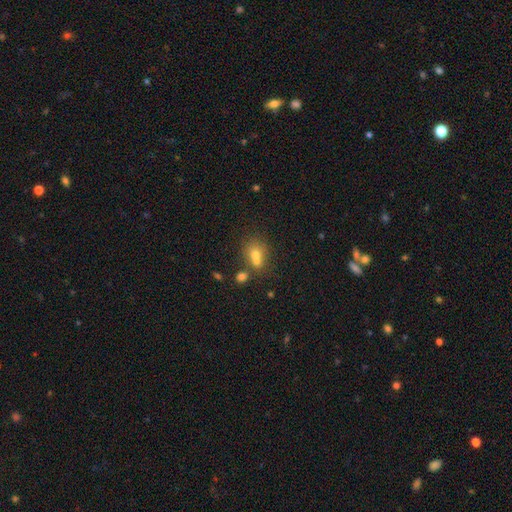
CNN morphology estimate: Q: Smooth or featured?
A: smooth (65%); runner-up: star or artifact (19%)
Q: How rounded?
A: round (61%); runner-up: in between (37%)
Q: Merging?
A: merger (45%); runner-up: none (41%)